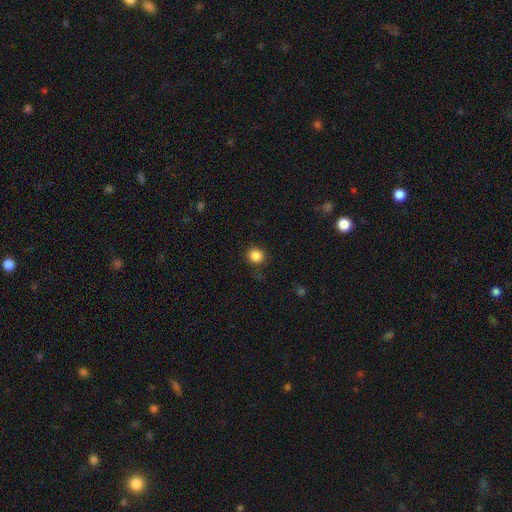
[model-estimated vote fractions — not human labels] Smooth or featured?
  - smooth: 86% *
  - star or artifact: 11%
  - featured or disk: 4%
How rounded?
  - round: 86% *
  - in between: 13%
  - cigar-shaped: 1%
Merging?
  - none: 86% *
  - minor disturbance: 10%
  - major disturbance: 3%
  - merger: 1%